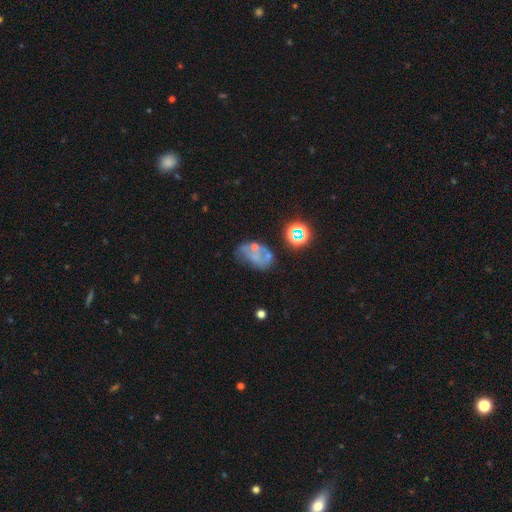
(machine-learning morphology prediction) Smooth or featured? Predicted: featured or disk (p=0.42). Merging? Predicted: none (p=0.33).